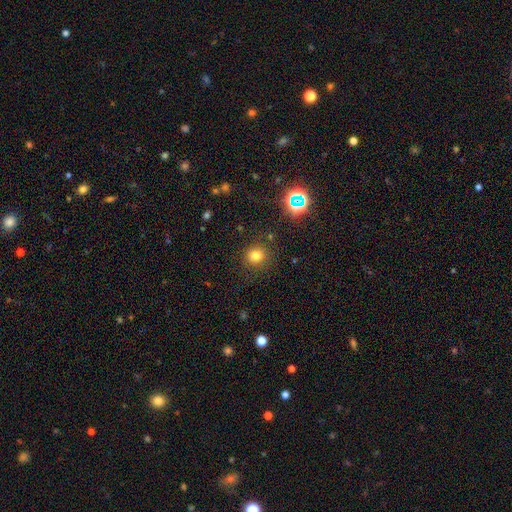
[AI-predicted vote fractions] Overall: smooth (75%). How rounded: round (85%). Merging: none (86%).